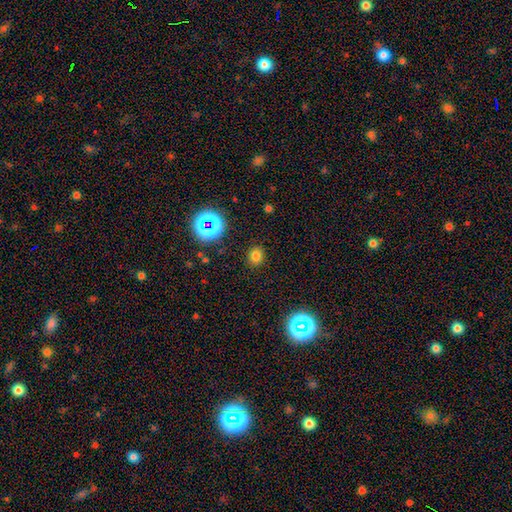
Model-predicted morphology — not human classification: This is likely a smooth galaxy (73%). How rounded: likely round (68%). Merging: clearly none (87%).